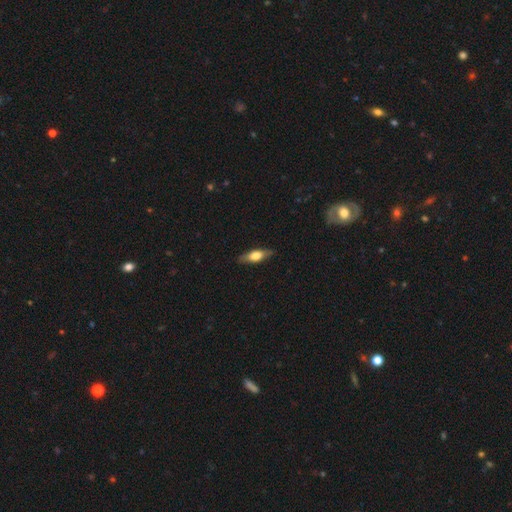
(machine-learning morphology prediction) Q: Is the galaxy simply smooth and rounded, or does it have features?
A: smooth — 55%.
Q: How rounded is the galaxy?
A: in between — 55%.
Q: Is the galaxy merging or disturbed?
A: none — 85%.